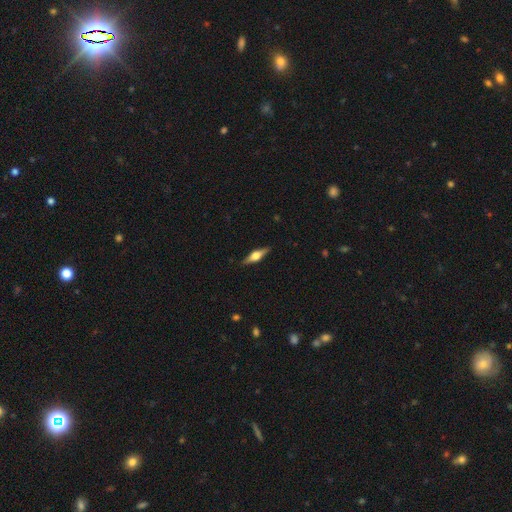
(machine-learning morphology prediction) Smooth or featured? Predicted: featured or disk (p=0.69). Edge-on disk? Predicted: yes (p=0.97). Edge-on bulge? Predicted: rounded (p=0.91). Merging? Predicted: none (p=0.90).